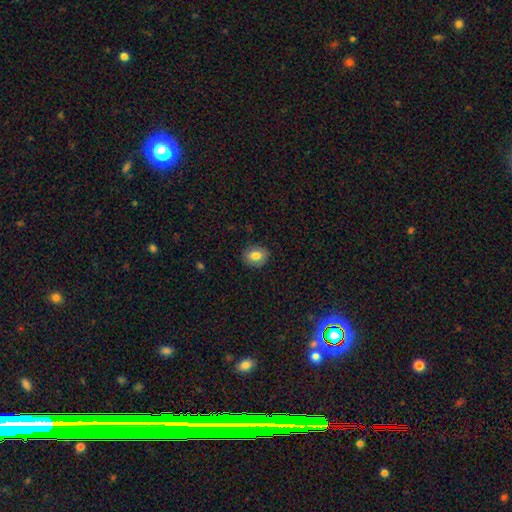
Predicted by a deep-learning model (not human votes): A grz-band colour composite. It shows a smooth galaxy with no disk features (80%) that is in between round and cigar-shaped (50%). Merging: none (88%).